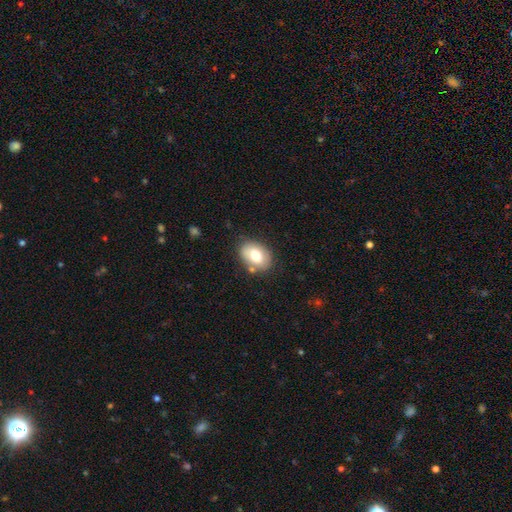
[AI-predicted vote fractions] A smooth galaxy with no disk features (74%) that is in between round and cigar-shaped (79%). Merging: none (77%).